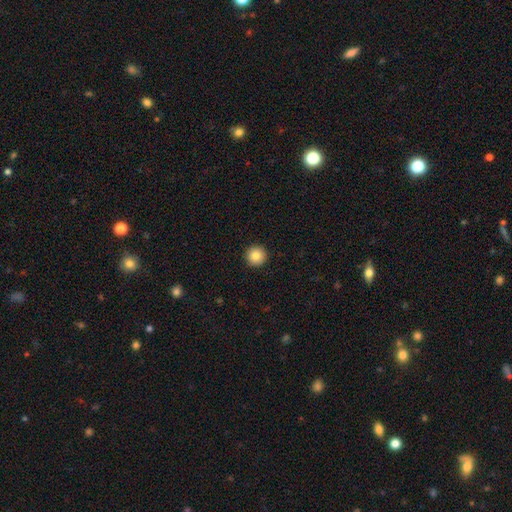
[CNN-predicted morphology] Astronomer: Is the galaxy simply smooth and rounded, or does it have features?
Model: smooth — 84%.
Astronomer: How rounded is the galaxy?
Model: round — 96%.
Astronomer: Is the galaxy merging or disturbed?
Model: none — 94%.